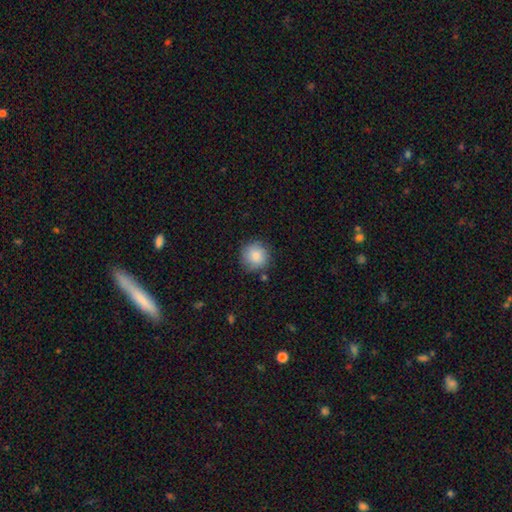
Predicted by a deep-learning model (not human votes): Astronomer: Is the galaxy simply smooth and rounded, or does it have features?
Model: smooth — 85%.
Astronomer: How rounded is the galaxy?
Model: round — 93%.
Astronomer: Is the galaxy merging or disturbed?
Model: none — 82%.